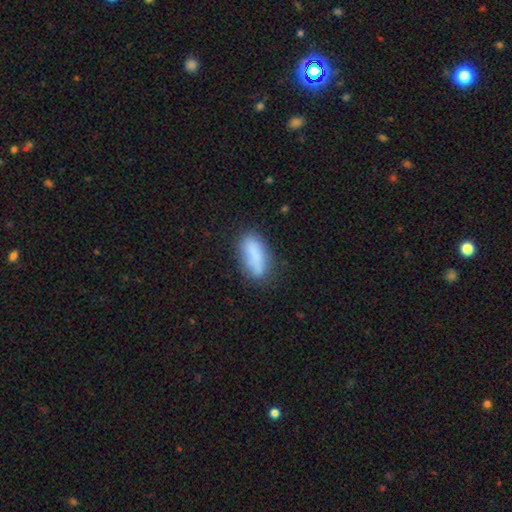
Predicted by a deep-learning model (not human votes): This is likely a smooth galaxy (75%). How rounded: likely in between (78%). Merging: likely none (61%).